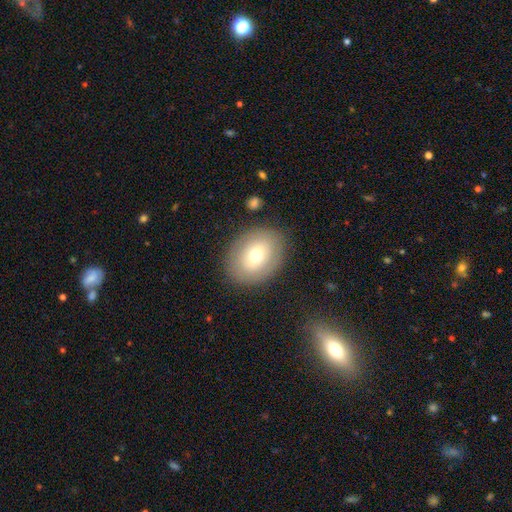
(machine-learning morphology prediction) smooth 67%, featured or disk 24%, star or artifact 9%. Down the decision tree: how rounded — in between (63%); merging — none (84%).